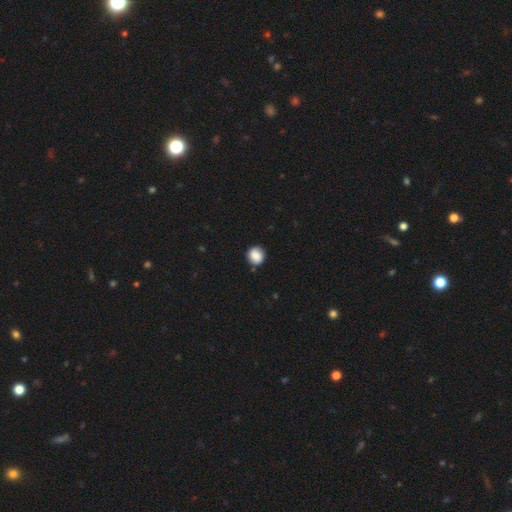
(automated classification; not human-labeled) Smooth or featured? Predicted: smooth (p=0.84). How rounded? Predicted: round (p=0.86). Merging? Predicted: none (p=0.83).